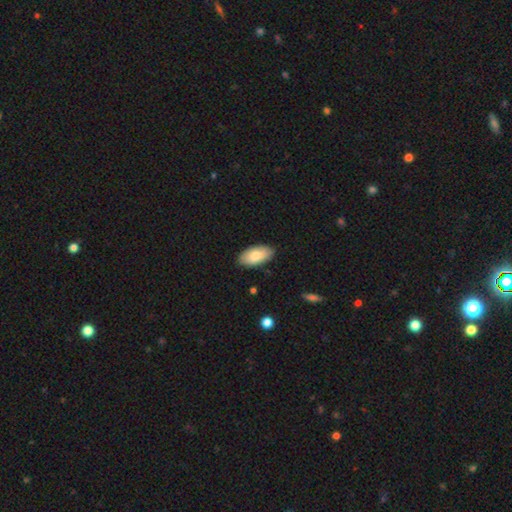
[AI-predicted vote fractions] This appears to be a smooth galaxy with no disk features (81%) that is in between round and cigar-shaped (95%). Merging: none (86%).